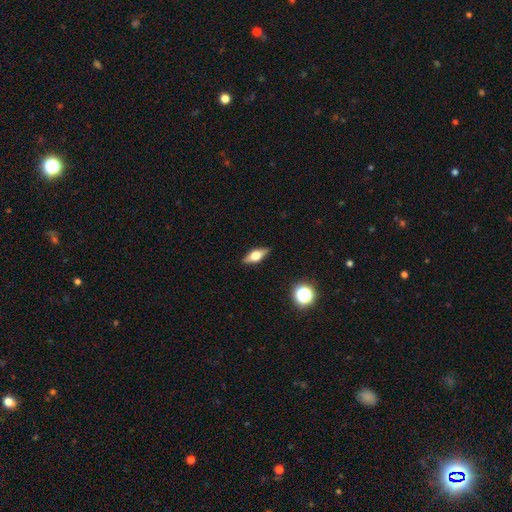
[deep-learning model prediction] Smooth or featured? Predicted: featured or disk (p=0.48). Merging? Predicted: none (p=0.88).